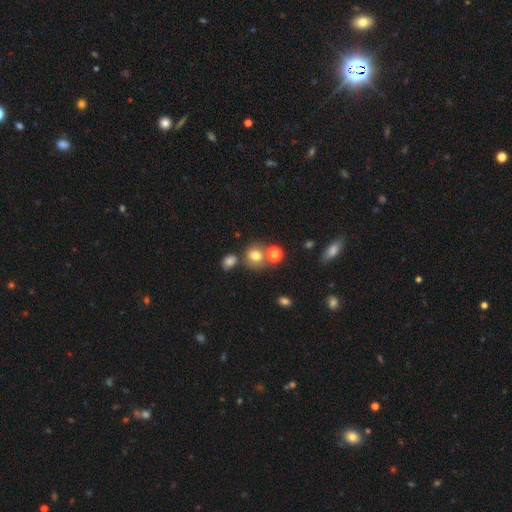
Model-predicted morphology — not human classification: Smooth or featured? Predicted: smooth (p=0.73). How rounded? Predicted: round (p=0.76). Merging? Predicted: none (p=0.58).